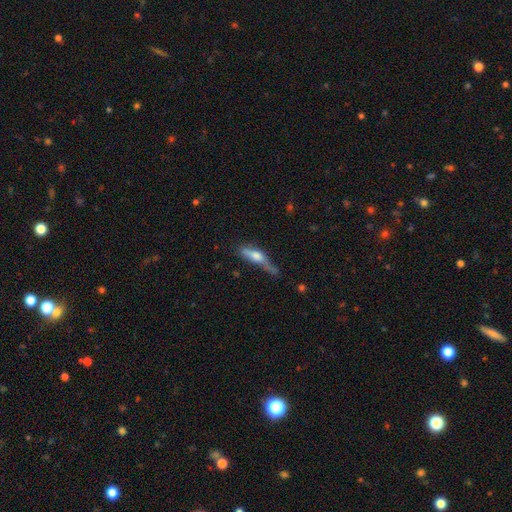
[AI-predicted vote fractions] Smooth or featured? Predicted: smooth (p=0.46, tied with featured or disk). Merging? Predicted: none (p=0.37).